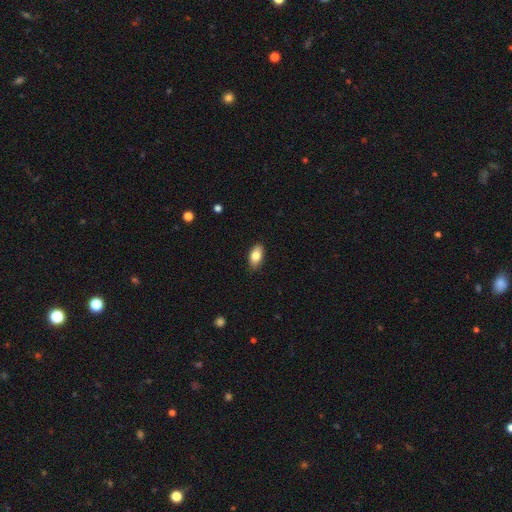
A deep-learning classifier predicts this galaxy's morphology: This is clearly a smooth galaxy (81%). How rounded: clearly in between (91%). Merging: clearly none (87%).